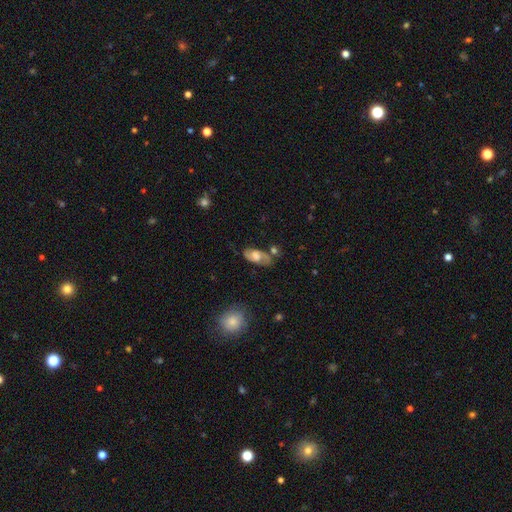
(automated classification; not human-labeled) This is possibly a featured or disk galaxy (51%). It is clearly not viewed edge-on (87%). Merging: likely none (68%).